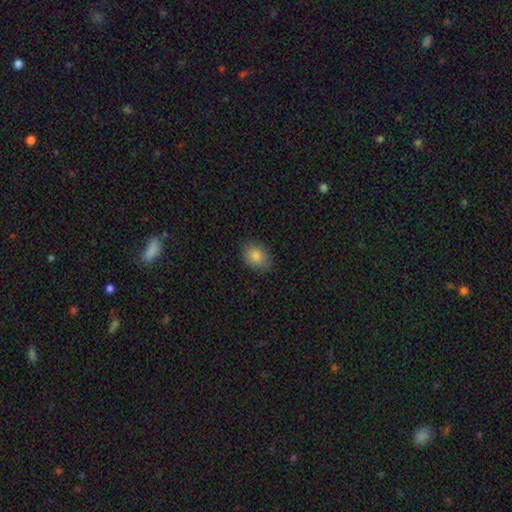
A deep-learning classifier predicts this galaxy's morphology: type=smooth (83%); roundness=in between (74%); merging=none (86%).